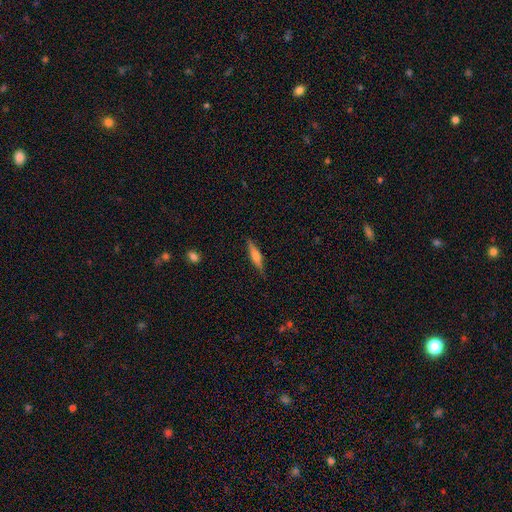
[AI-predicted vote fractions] Smooth or featured? Predicted: smooth (p=0.49). Merging? Predicted: none (p=0.84).